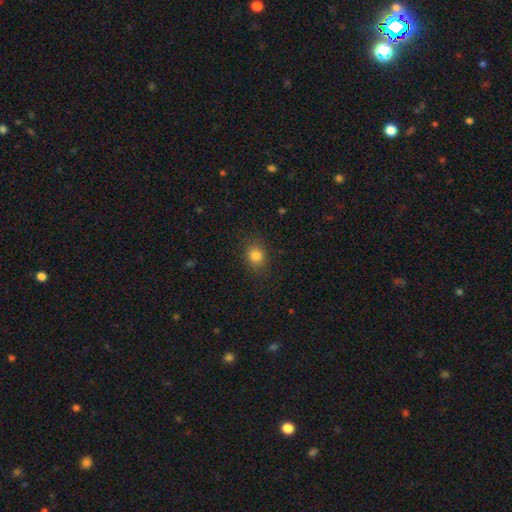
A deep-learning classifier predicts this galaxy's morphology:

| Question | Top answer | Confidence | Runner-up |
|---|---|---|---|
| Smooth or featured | smooth | 81% | star or artifact (12%) |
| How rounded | round | 58% | in between (41%) |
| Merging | none | 85% | minor disturbance (10%) |